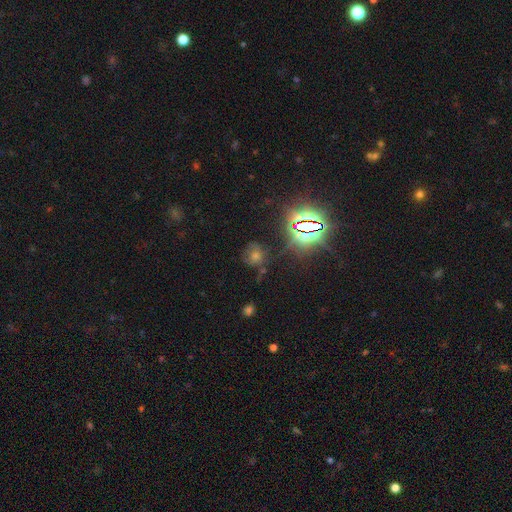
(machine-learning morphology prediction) type=star or artifact (57%).